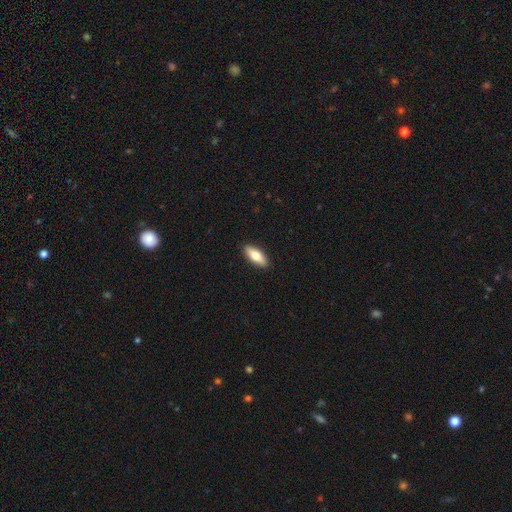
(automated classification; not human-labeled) Overall: smooth (72%). How rounded: in between (72%). Merging: none (91%).